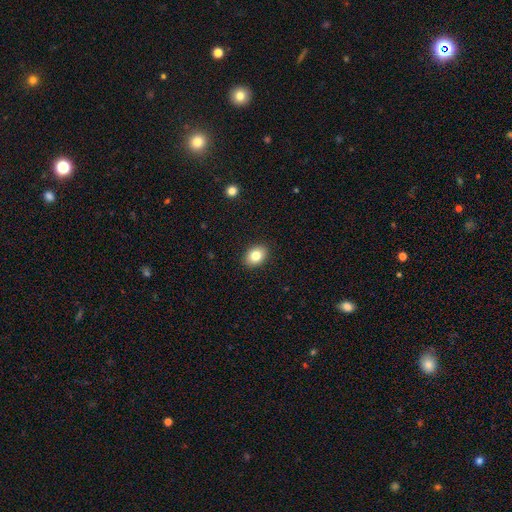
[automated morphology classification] A smooth galaxy with no disk features (82%) that is in between round and cigar-shaped (70%).

Vote fractions:
- Smooth or featured? smooth: 82% / featured or disk: 9% / star or artifact: 9%
- How rounded? in between: 70% / round: 29% / cigar-shaped: 1%
- Merging? none: 90% / minor disturbance: 7% / major disturbance: 2% / merger: 1%